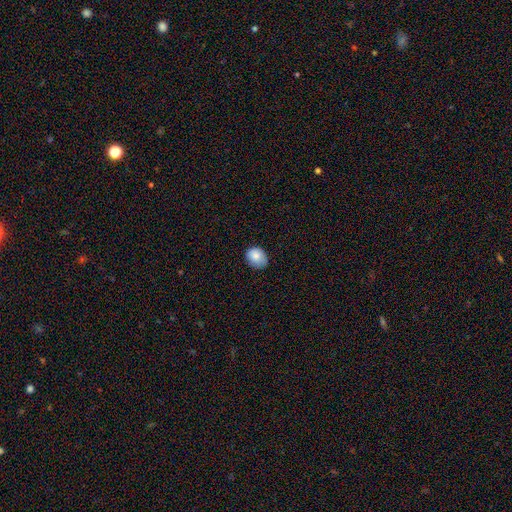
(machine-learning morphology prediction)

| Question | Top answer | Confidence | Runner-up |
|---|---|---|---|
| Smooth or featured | smooth | 85% | star or artifact (8%) |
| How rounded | in between | 51% | round (48%) |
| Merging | none | 70% | minor disturbance (25%) |